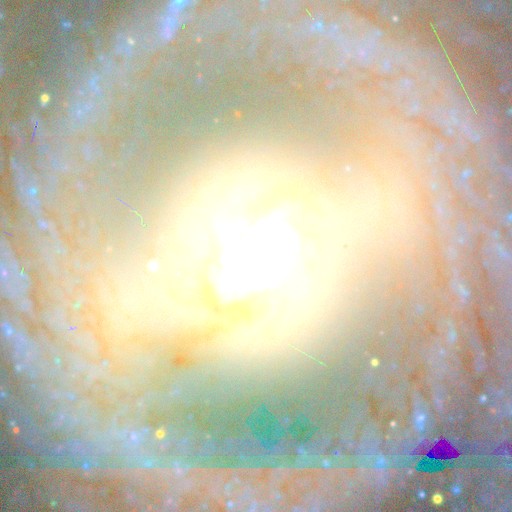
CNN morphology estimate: featured or disk 90%, star or artifact 6%, smooth 5%. Down the decision tree: edge-on disk — no (93%); bar — strong (54%); spiral arms — yes (92%); spiral arm count — 2 (29%); spiral winding — tight (66%); bulge size — moderate (55%); merging — none (77%).